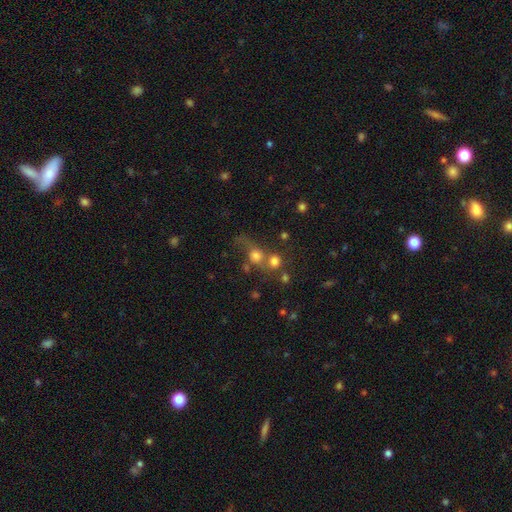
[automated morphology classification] Smooth or featured: smooth — 70% (star or artifact — 16%)
How rounded: round — 83% (in between — 15%)
Merging: merger — 44% (none — 34%)